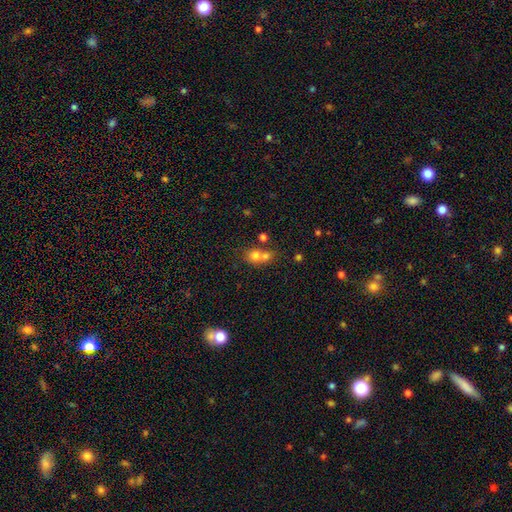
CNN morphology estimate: A smooth galaxy with no disk features (72%) that is round (72%). Merging: merger (58%).